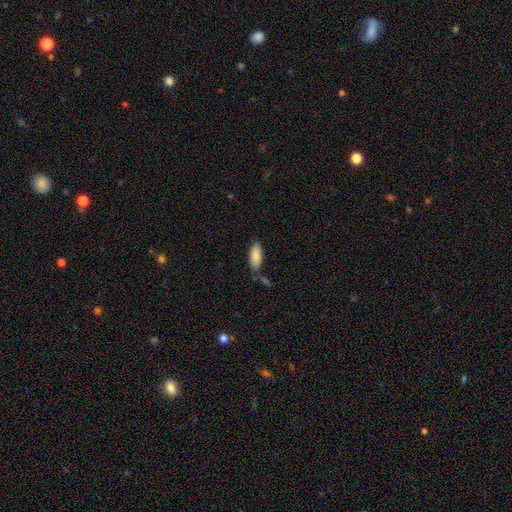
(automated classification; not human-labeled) This appears to be a smooth galaxy with no disk features (86%) that is in between round and cigar-shaped (80%). Merging: none (70%).